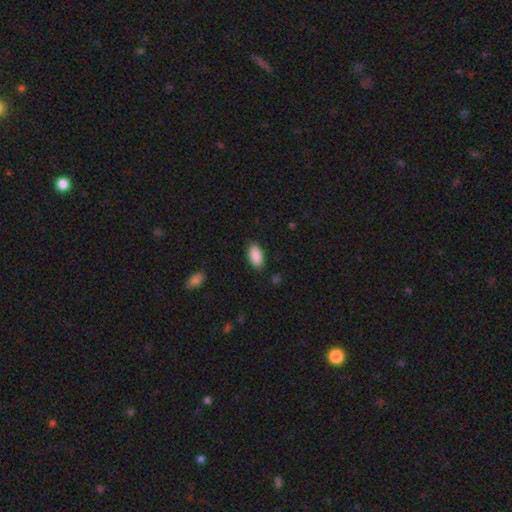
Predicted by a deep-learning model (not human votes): The model was most divided on "merging": none: 86%, minor disturbance: 10%, major disturbance: 2%, merger: 1%. More confident: how rounded — in between (94%); smooth or featured — smooth (90%).